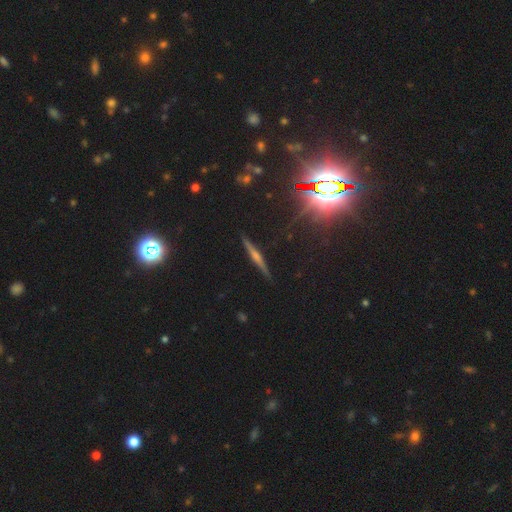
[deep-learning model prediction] featured or disk 65%, smooth 19%, star or artifact 16%. Down the decision tree: edge-on disk — yes (97%); edge-on bulge — rounded (70%); merging — none (90%).